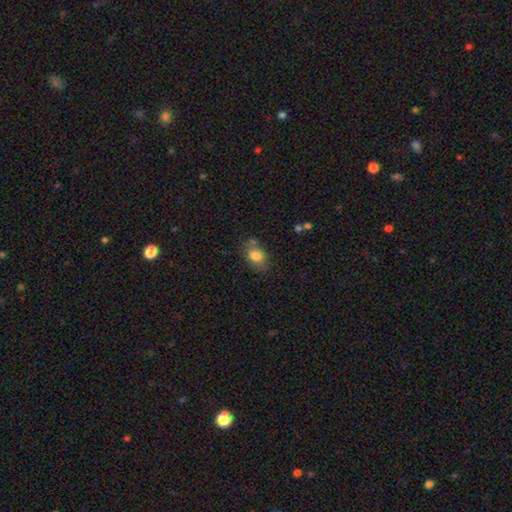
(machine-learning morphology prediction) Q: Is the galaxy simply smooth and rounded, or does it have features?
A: smooth — 81%.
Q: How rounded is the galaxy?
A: in between — 61%.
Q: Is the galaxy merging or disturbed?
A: none — 63%.